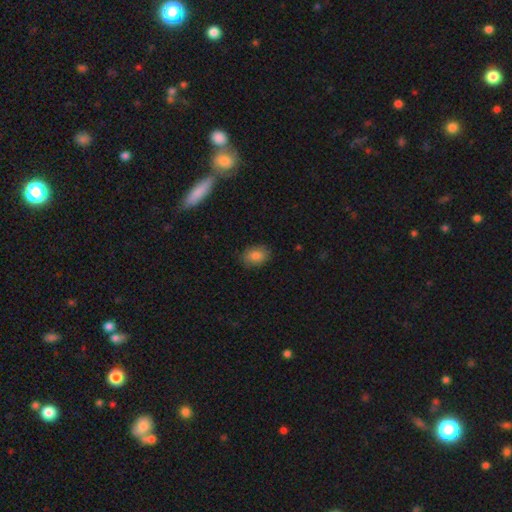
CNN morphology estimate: A smooth galaxy with no disk features (86%) that is in between round and cigar-shaped (76%). Merging: none (86%).